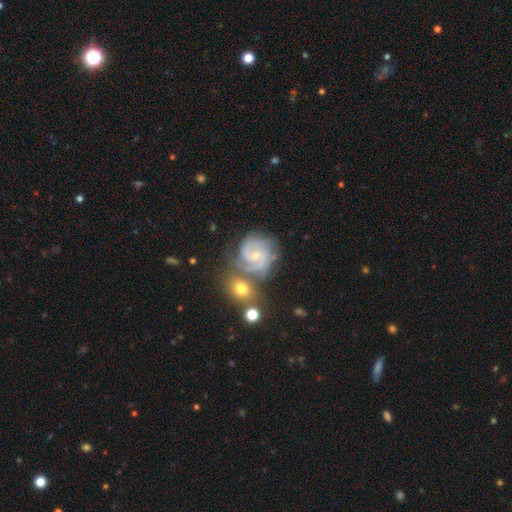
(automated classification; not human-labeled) Smooth or featured: featured or disk — 86% (smooth — 8%)
Edge-on disk: no — 98% (yes — 2%)
Bar: no — 53% (weak — 40%)
Spiral arms: yes — 98% (no — 2%)
Spiral winding: tight — 52% (medium — 41%)
Spiral arm count: 2 — 58% (3 — 23%)
Bulge size: small — 66% (moderate — 29%)
Merging: none — 58% (merger — 17%)